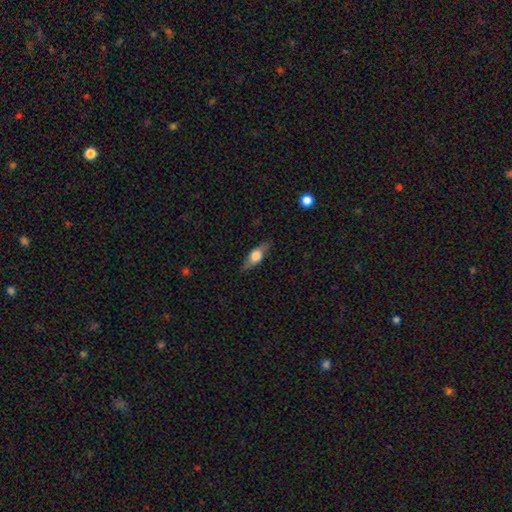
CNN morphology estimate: smooth-or-featured: smooth: 53% | featured or disk: 41% | star or artifact: 7%
  how-rounded: in between: 63% | cigar-shaped: 31% | round: 6%
  merging: none: 81% | minor disturbance: 14% | major disturbance: 4% | merger: 1%